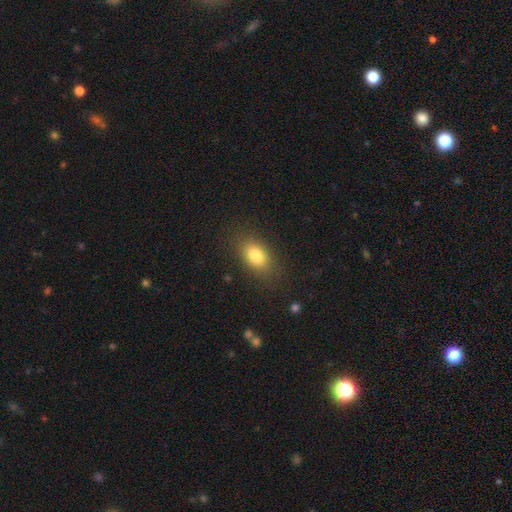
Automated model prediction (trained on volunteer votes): A smooth galaxy with no disk features (81%) that is in between round and cigar-shaped (83%).

Vote fractions:
- Smooth or featured? smooth: 81% / featured or disk: 9% / star or artifact: 9%
- How rounded? in between: 83% / round: 15% / cigar-shaped: 2%
- Merging? none: 84% / minor disturbance: 11% / major disturbance: 4% / merger: 1%